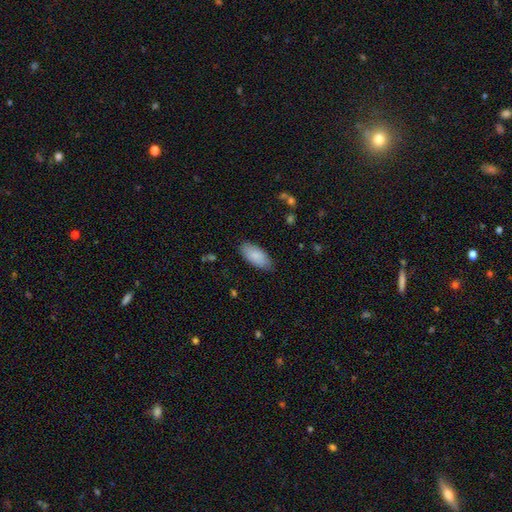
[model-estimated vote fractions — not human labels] Smooth or featured? smooth (86%)
How rounded? in between (90%)
Merging? none (84%)